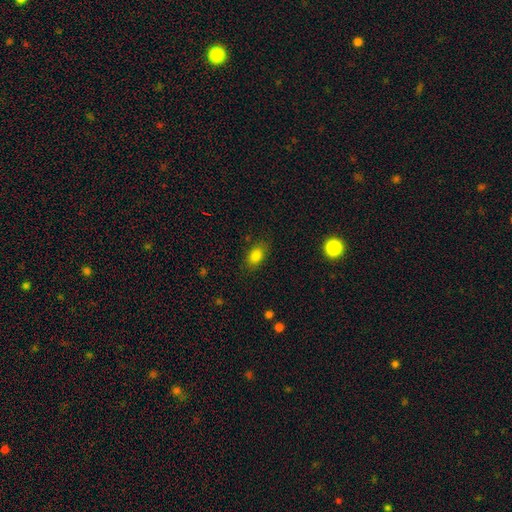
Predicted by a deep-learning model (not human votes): This appears to be a smooth galaxy with no disk features (83%) that is in between round and cigar-shaped (86%). Merging: none (83%).